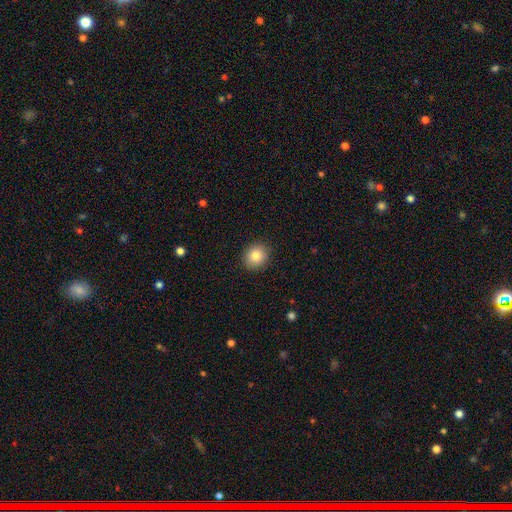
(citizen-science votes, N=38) Smooth or featured? smooth (89%)
How rounded? round (79%)
Merging? none (97%)